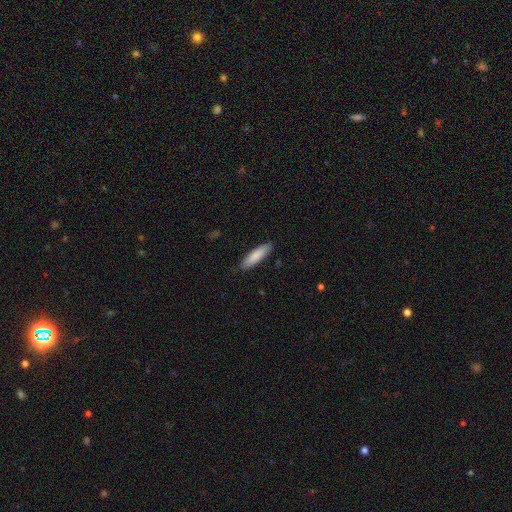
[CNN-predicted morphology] A smooth galaxy with no disk features (85%) that is cigar-shaped (69%).

Vote fractions:
- Smooth or featured? smooth: 85% / featured or disk: 9% / star or artifact: 5%
- How rounded? cigar-shaped: 69% / in between: 30% / round: 1%
- Merging? none: 88% / minor disturbance: 9% / major disturbance: 2% / merger: 1%